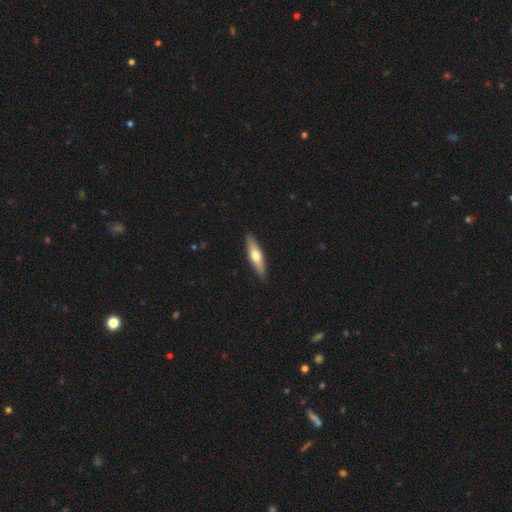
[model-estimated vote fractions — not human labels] Q: Smooth or featured?
A: smooth (52%); runner-up: featured or disk (43%)
Q: How rounded?
A: cigar-shaped (72%); runner-up: in between (26%)
Q: Merging?
A: none (89%); runner-up: minor disturbance (8%)